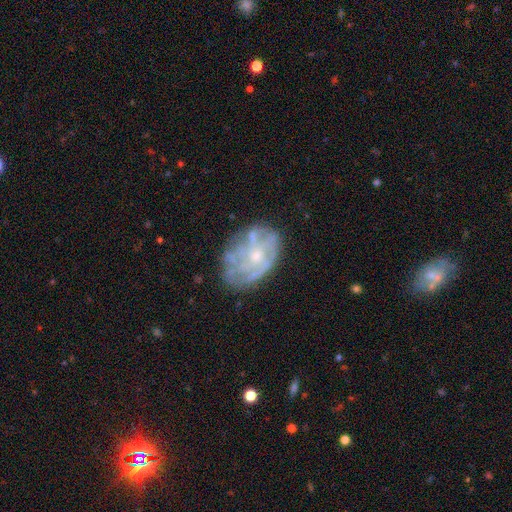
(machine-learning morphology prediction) A featured or disk galaxy (73%) with no bar (82%), spiral arms (58%) and a small central bulge (63%). Merging: none (65%).